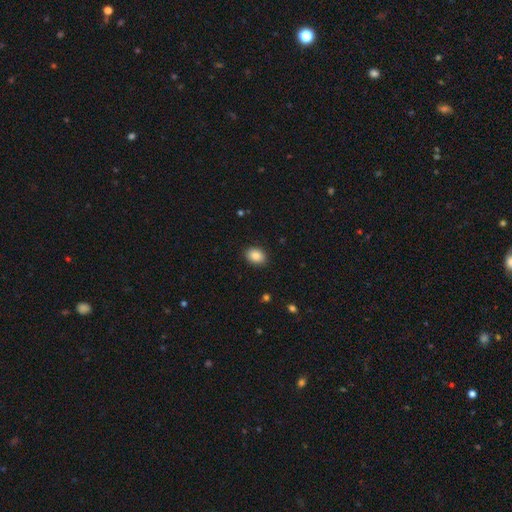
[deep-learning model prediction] smooth 87%, star or artifact 8%, featured or disk 5%. Down the decision tree: how rounded — in between (67%); merging — none (89%).